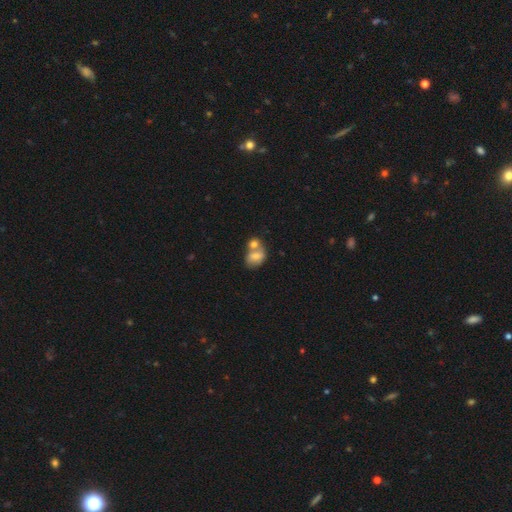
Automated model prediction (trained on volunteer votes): This is likely a smooth galaxy (72%). How rounded: likely in between (65%). Merging: possibly merger (59%).